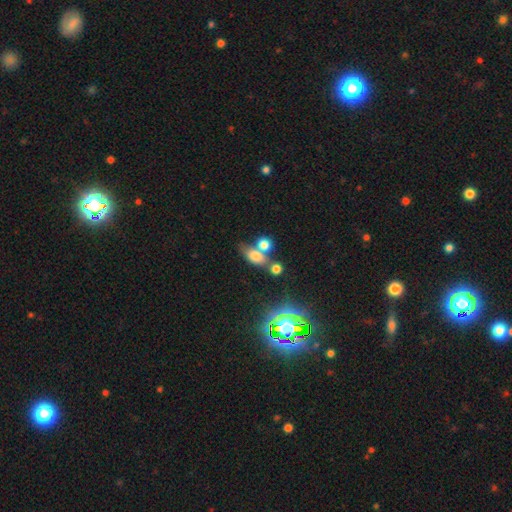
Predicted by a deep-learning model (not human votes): smooth-or-featured: smooth: 68% | star or artifact: 19% | featured or disk: 13%
  how-rounded: in between: 72% | round: 23% | cigar-shaped: 5%
  merging: none: 44% | merger: 34% | minor disturbance: 14% | major disturbance: 8%